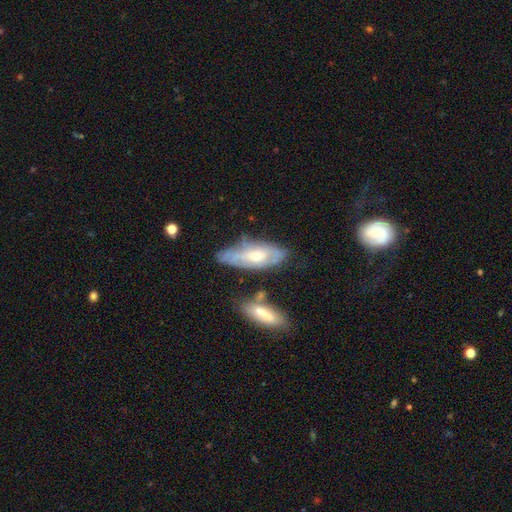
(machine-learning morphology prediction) Smooth or featured: featured or disk — 56% (smooth — 37%)
Edge-on disk: no — 77% (yes — 23%)
Merging: none — 58% (minor disturbance — 25%)